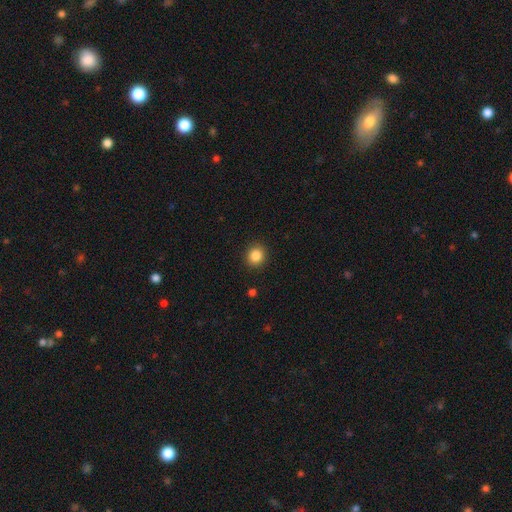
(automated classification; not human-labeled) This is clearly a smooth galaxy (86%). How rounded: clearly round (85%). Merging: clearly none (91%).